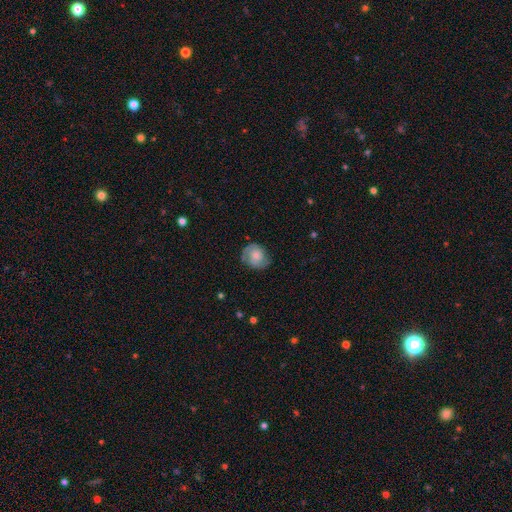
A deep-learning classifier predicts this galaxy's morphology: Overall: featured or disk (59%; smooth 34%). Edge-on disk: no (97%). Bar: no (75%). Spiral arms: yes (88%). Spiral arm count: 2 (77%). Spiral winding: tight (45%; medium 39%). Bulge size: small (48%; moderate 39%). Merging: none (70%).